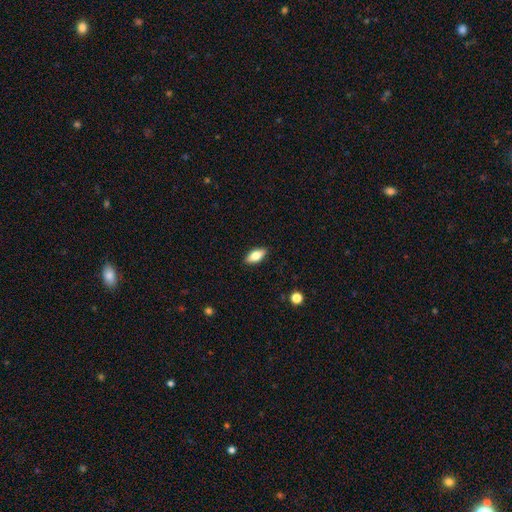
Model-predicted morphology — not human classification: A smooth galaxy with no disk features (76%) that is in between round and cigar-shaped (86%). Merging: none (89%).